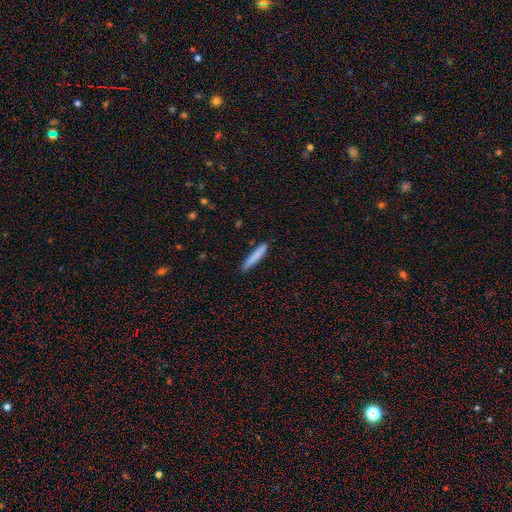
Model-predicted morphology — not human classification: smooth_or_featured: smooth (p=0.83) [alt: featured or disk p=0.11]
how_rounded: cigar-shaped (p=0.92) [alt: in between p=0.07]
merging: none (p=0.86) [alt: minor disturbance p=0.11]